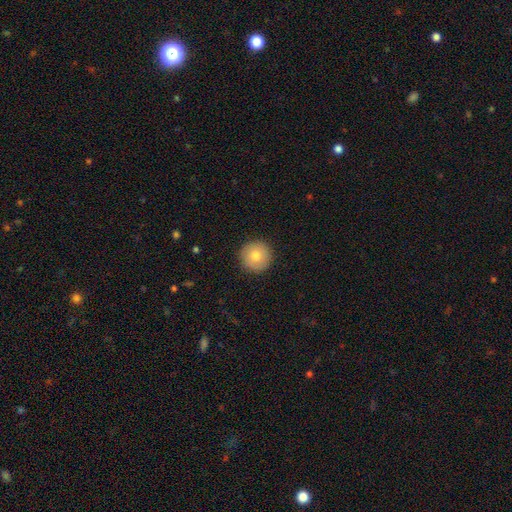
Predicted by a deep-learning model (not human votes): smooth-or-featured: smooth: 79% | featured or disk: 12% | star or artifact: 8%
  how-rounded: round: 96% | in between: 3% | cigar-shaped: 1%
  merging: none: 92% | minor disturbance: 5% | major disturbance: 2% | merger: 1%